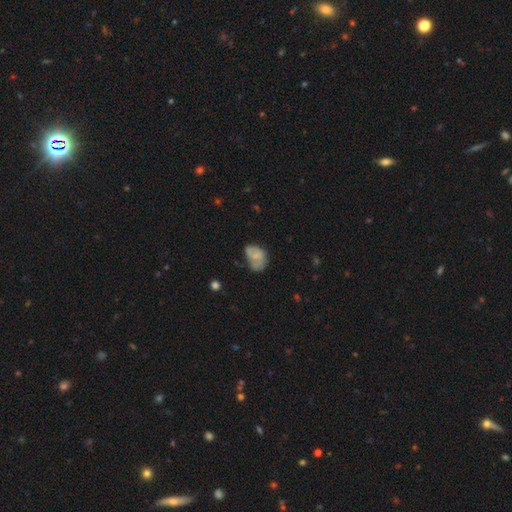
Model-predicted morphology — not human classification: smooth 62%, featured or disk 29%, star or artifact 9%. Down the decision tree: how rounded — in between (81%); merging — none (36%).